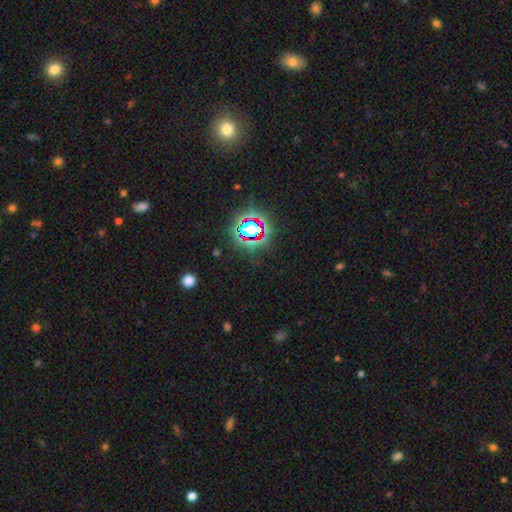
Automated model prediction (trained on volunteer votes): Smooth or featured: star or artifact — 80% (smooth — 12%)